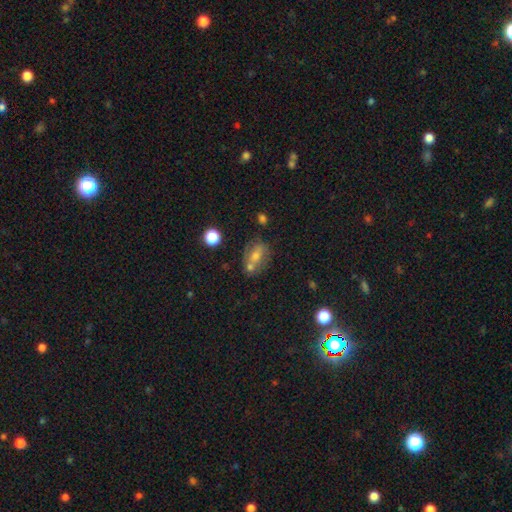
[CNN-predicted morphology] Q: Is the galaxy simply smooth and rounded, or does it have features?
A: smooth — 53%.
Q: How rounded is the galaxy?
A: in between — 64%.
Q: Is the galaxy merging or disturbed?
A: none — 52%.